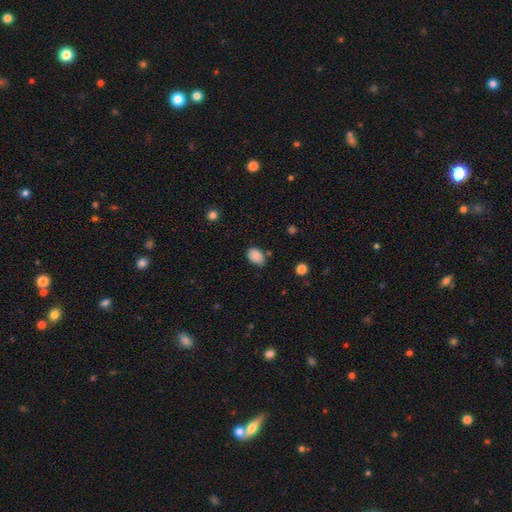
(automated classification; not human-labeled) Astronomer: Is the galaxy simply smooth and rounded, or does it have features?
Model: smooth — 87%.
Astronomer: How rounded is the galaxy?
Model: in between — 82%.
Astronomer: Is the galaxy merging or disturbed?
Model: none — 68%.